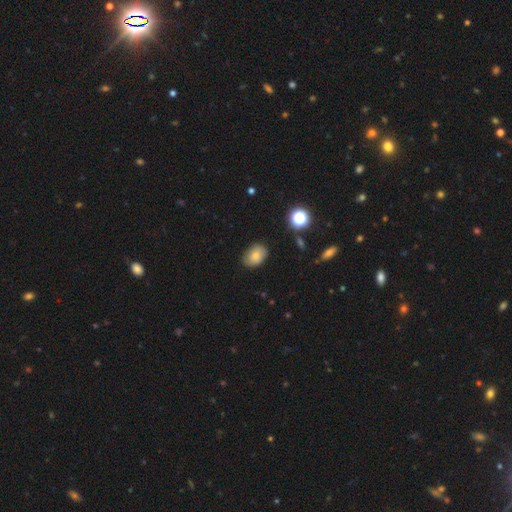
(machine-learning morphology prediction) The model was most divided on "how rounded": in between: 76%, round: 23%, cigar-shaped: 1%. More confident: merging — none (82%); smooth or featured — smooth (78%).